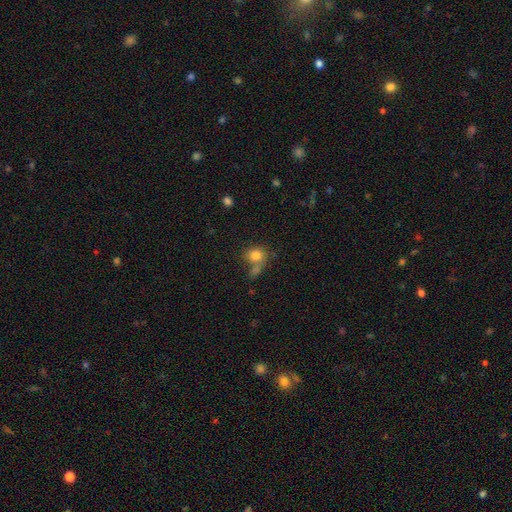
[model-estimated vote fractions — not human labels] This is clearly a smooth galaxy (81%). How rounded: likely round (68%). Merging: marginally none (42%).